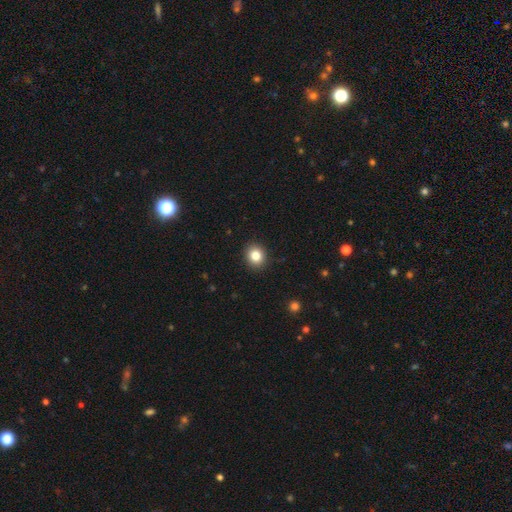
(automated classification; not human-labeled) smooth 83%, star or artifact 11%, featured or disk 6%. Down the decision tree: how rounded — round (76%); merging — none (91%).